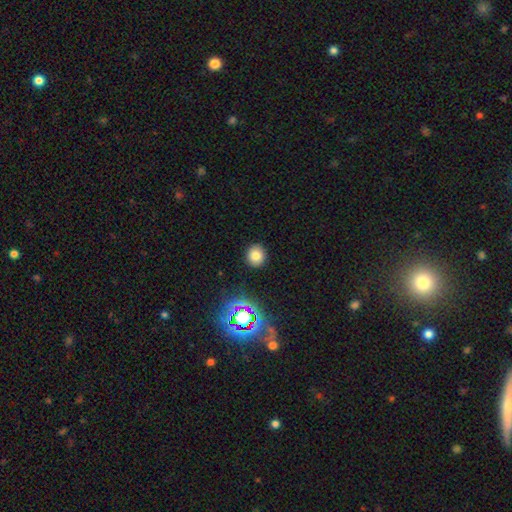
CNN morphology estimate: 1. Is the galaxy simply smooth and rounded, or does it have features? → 76% smooth, 17% star or artifact, 7% featured or disk.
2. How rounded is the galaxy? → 88% round, 11% in between, 1% cigar-shaped.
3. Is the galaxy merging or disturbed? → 90% none, 6% minor disturbance, 2% major disturbance, 1% merger.